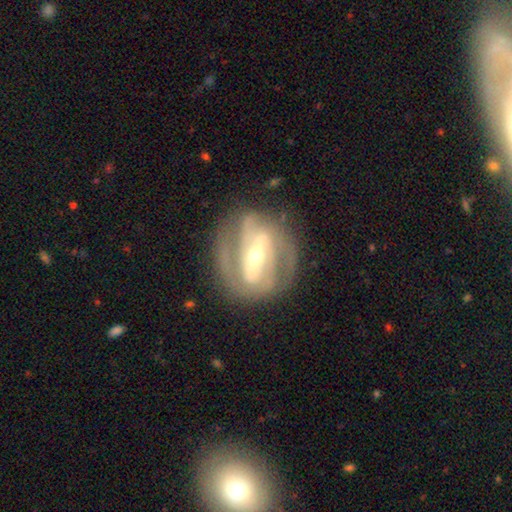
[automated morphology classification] smooth-or-featured: featured or disk: 87% | smooth: 8% | star or artifact: 5%
  disk-edge-on: no: 92% | yes: 8%
    bar: strong: 72% | weak: 19% | no: 9%
    has-spiral-arms: yes: 89% | no: 11%
      spiral-winding: tight: 51% | medium: 38% | loose: 11%
      spiral-arm-count: 2: 58% | can't tell: 16% | 3: 16% | 4: 4% | 1: 3% | more than 4: 2%
    bulge-size: small: 50% | moderate: 45% | large: 3% | dominant: 1% | none: 1%
  merging: none: 75% | minor disturbance: 15% | major disturbance: 8% | merger: 2%